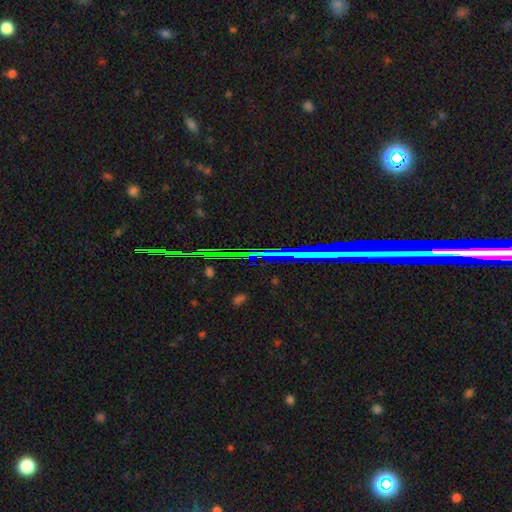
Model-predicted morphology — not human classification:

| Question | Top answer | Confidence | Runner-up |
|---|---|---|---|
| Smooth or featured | star or artifact | 73% | featured or disk (16%) |